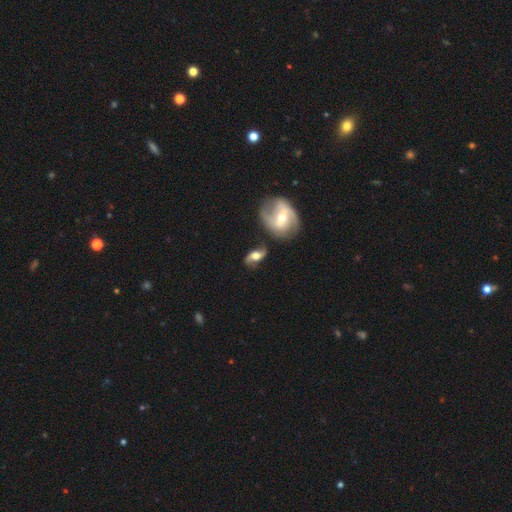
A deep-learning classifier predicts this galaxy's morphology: Smooth or featured: featured or disk — 65% (smooth — 28%)
Edge-on disk: no — 88% (yes — 12%)
Bar: no — 48% (weak — 35%)
Spiral arms: yes — 85% (no — 15%)
Bulge size: moderate — 55% (large — 26%)
Merging: none — 60% (minor disturbance — 20%)